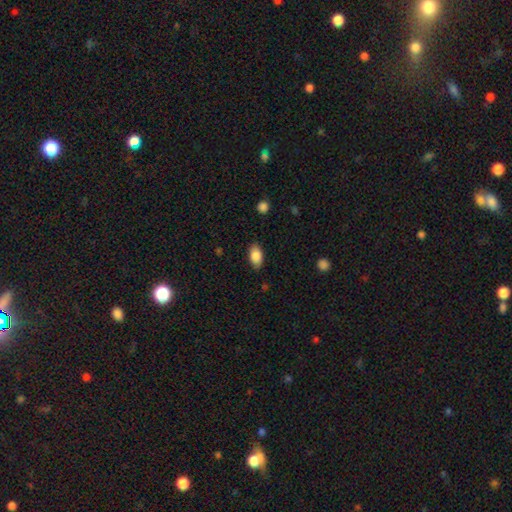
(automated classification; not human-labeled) Smooth or featured: smooth — 86% (star or artifact — 7%)
How rounded: in between — 92% (round — 5%)
Merging: none — 84% (minor disturbance — 12%)